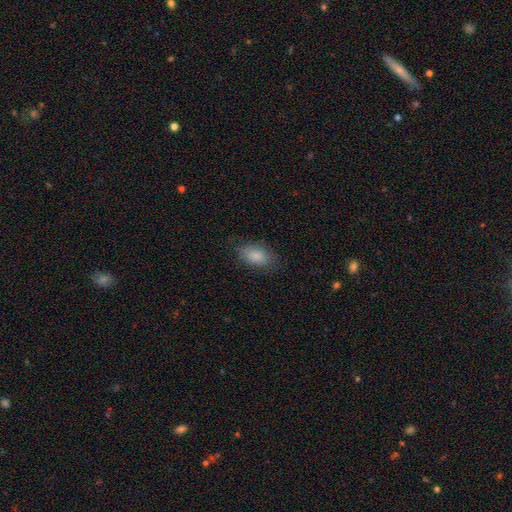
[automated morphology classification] smooth 86%, star or artifact 7%, featured or disk 7%. Down the decision tree: how rounded — in between (91%); merging — none (80%).